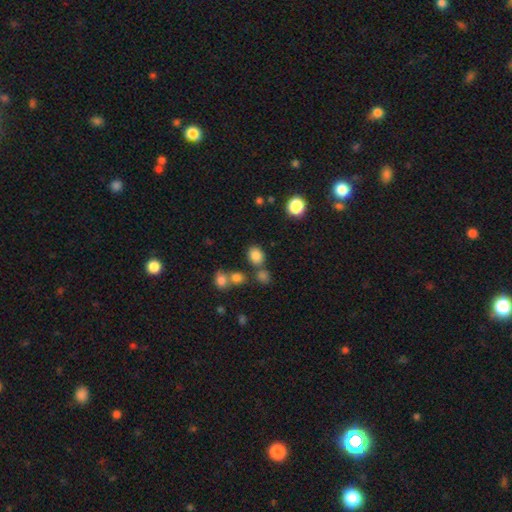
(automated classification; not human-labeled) smooth_or_featured: smooth (p=0.81) [alt: star or artifact p=0.13]
how_rounded: round (p=0.58) [alt: in between p=0.41]
merging: none (p=0.69) [alt: merger p=0.15]